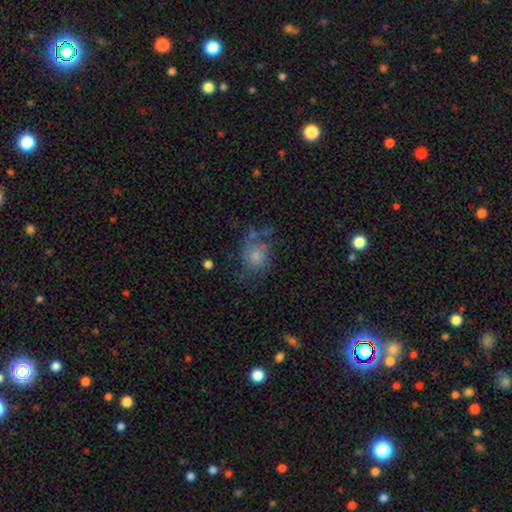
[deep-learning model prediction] Smooth or featured?
  - smooth: 56% *
  - featured or disk: 34%
  - star or artifact: 10%
How rounded?
  - round: 53% *
  - in between: 46%
  - cigar-shaped: 1%
Merging?
  - none: 35% *
  - major disturbance: 31%
  - minor disturbance: 25%
  - merger: 9%